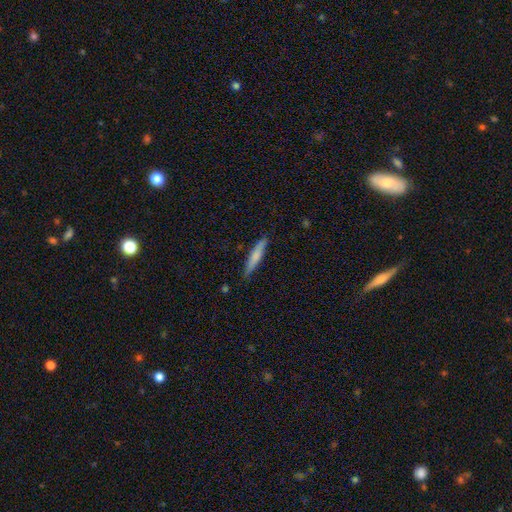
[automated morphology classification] This is likely a smooth galaxy (71%). How rounded: clearly cigar-shaped (90%). Merging: clearly none (84%).